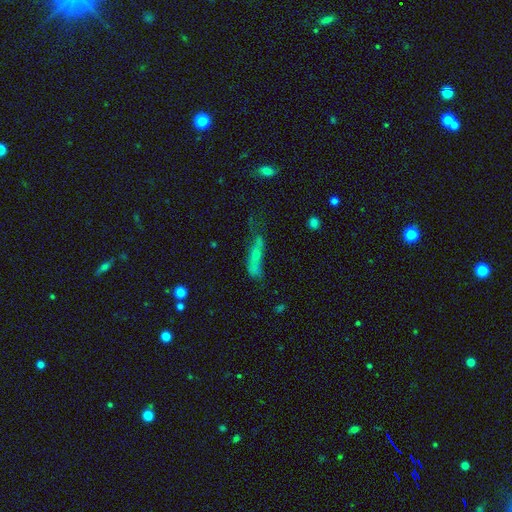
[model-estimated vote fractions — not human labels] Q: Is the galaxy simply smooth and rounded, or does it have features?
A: smooth — 43%.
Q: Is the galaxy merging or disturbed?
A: none — 36%.